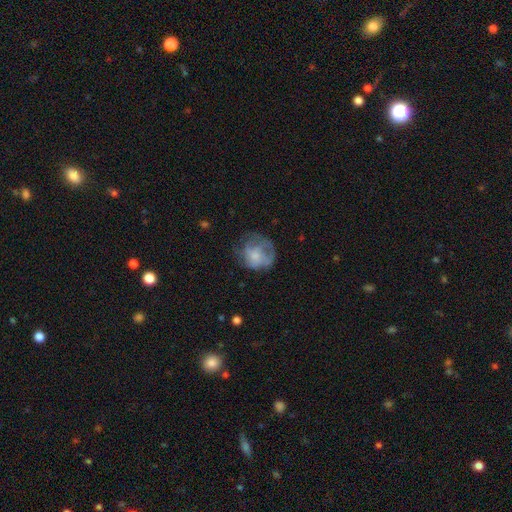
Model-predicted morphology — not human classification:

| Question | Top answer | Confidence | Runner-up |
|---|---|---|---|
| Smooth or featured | featured or disk | 45% | tied: smooth (45%) |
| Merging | none | 51% | major disturbance (24%) |